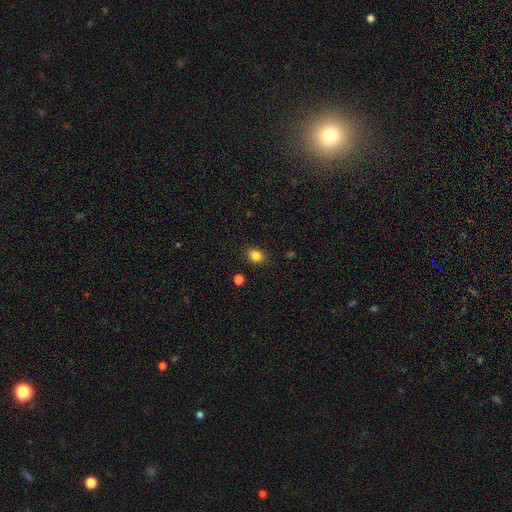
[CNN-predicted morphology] smooth_or_featured: smooth (p=0.84) [alt: star or artifact p=0.11]
how_rounded: round (p=0.52) [alt: in between p=0.47]
merging: none (p=0.88) [alt: minor disturbance p=0.08]